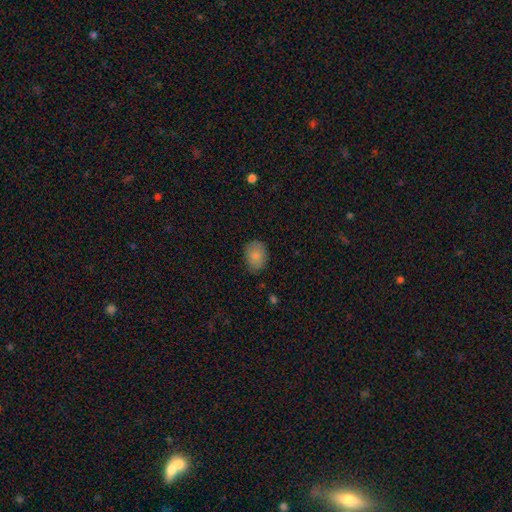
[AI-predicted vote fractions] smooth-or-featured: smooth: 83% | featured or disk: 9% | star or artifact: 8%
  how-rounded: in between: 66% | round: 33% | cigar-shaped: 1%
  merging: none: 79% | minor disturbance: 17% | major disturbance: 4% | merger: 1%